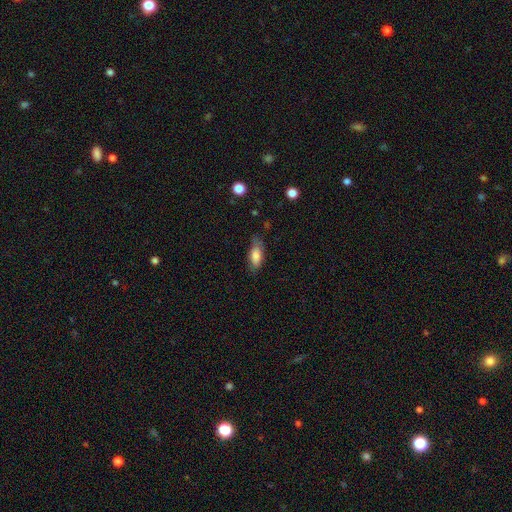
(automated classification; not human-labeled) smooth 78%, featured or disk 15%, star or artifact 7%. Down the decision tree: how rounded — in between (79%); merging — none (62%).